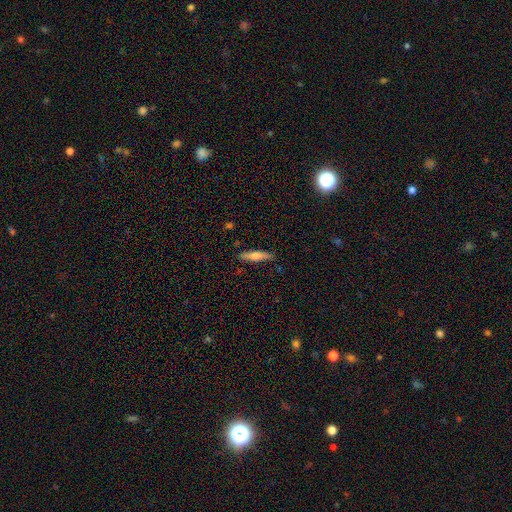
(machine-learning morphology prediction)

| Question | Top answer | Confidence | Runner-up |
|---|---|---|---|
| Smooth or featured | smooth | 60% | featured or disk (34%) |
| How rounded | cigar-shaped | 83% | in between (15%) |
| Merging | none | 86% | minor disturbance (10%) |